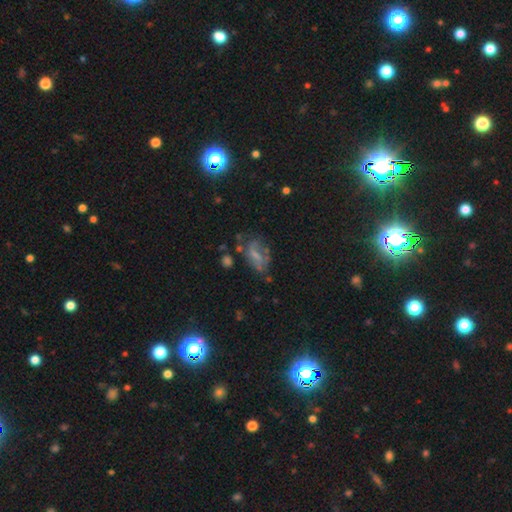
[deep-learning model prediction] featured or disk 45%, smooth 37%, star or artifact 18%. Down the decision tree: merging — none (45%).